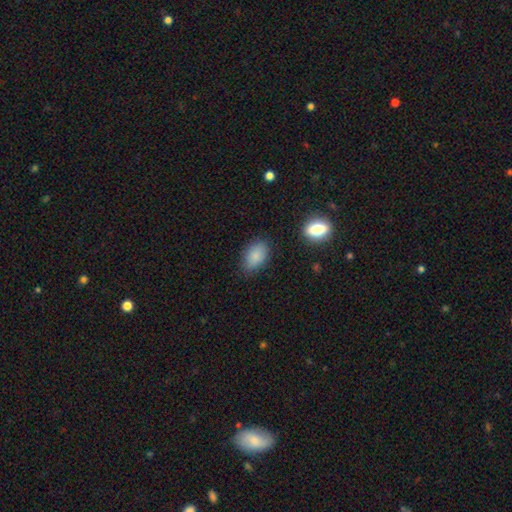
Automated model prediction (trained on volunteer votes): Morphology: type=smooth (85%); roundness=in between (90%); merging=none (79%).